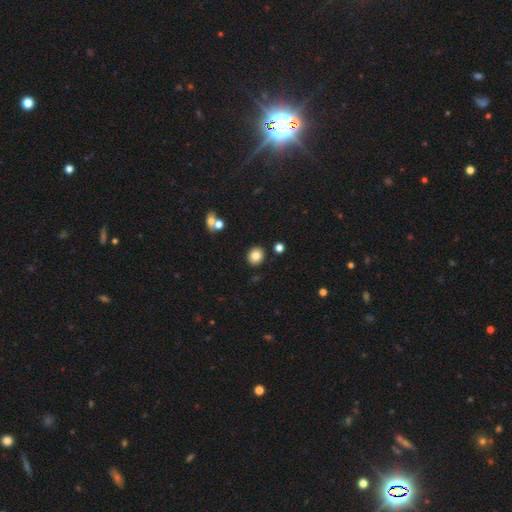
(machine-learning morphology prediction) smooth-or-featured: smooth: 82% | star or artifact: 10% | featured or disk: 8%
  how-rounded: round: 73% | in between: 26% | cigar-shaped: 1%
  merging: none: 88% | minor disturbance: 7% | merger: 3% | major disturbance: 2%